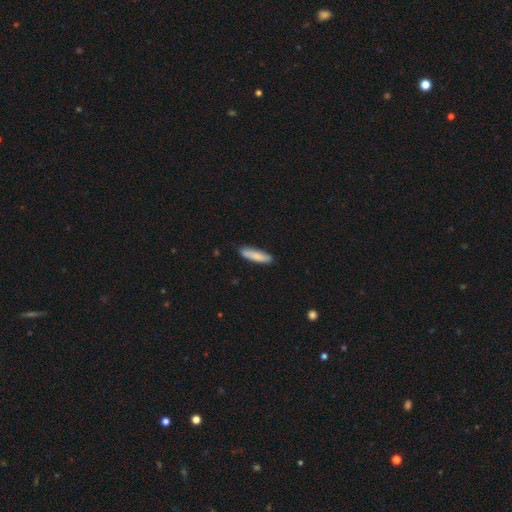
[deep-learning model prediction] A smooth galaxy with no disk features (85%) that is cigar-shaped (74%). Merging: none (87%).